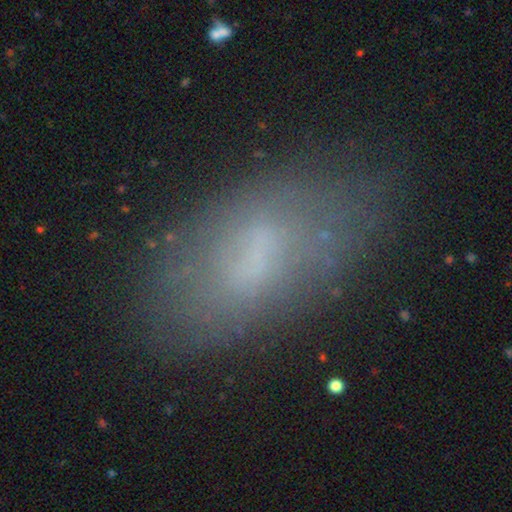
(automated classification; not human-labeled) A smooth galaxy with no disk features (55%) that is in between round and cigar-shaped (86%). Merging: none (68%).